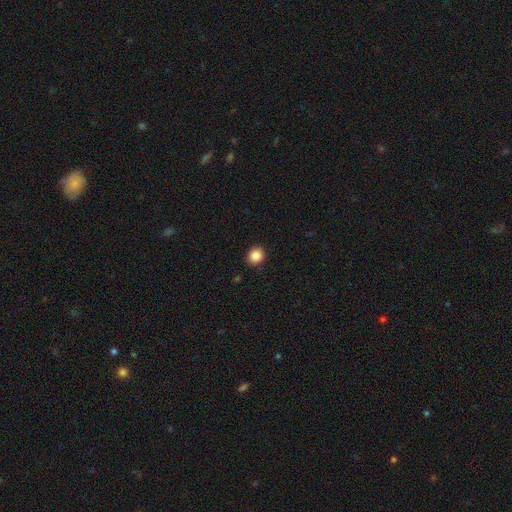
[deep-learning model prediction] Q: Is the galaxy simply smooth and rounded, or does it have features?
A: smooth — 87%.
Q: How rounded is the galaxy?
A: round — 78%.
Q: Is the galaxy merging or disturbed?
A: none — 91%.